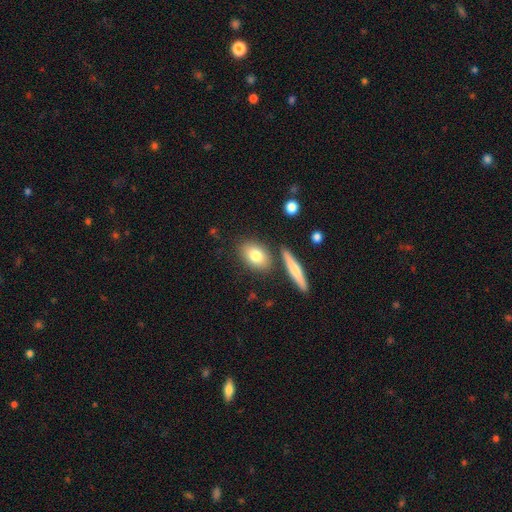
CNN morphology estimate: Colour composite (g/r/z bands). It shows a smooth galaxy with no disk features (79%) that is in between round and cigar-shaped (76%). Merging: none (77%).